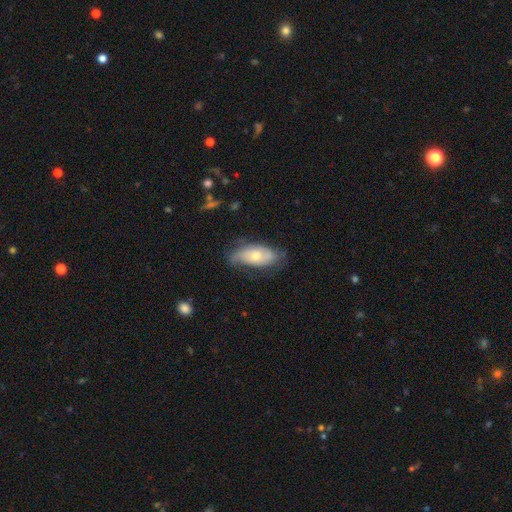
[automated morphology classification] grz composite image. It shows a featured or disk galaxy (48%). Merging: none (63%).